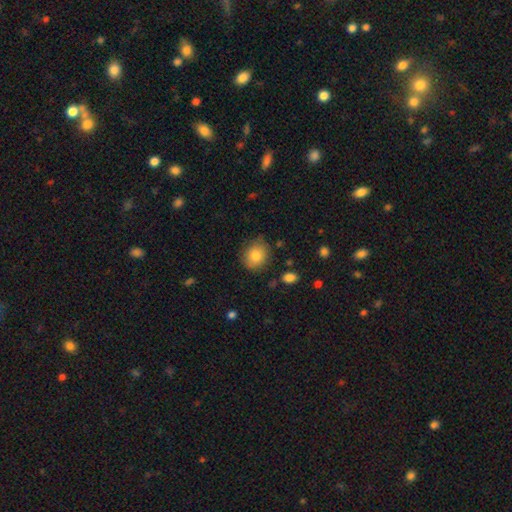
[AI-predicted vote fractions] A smooth galaxy with no disk features (81%) that is round (68%). Merging: none (78%).